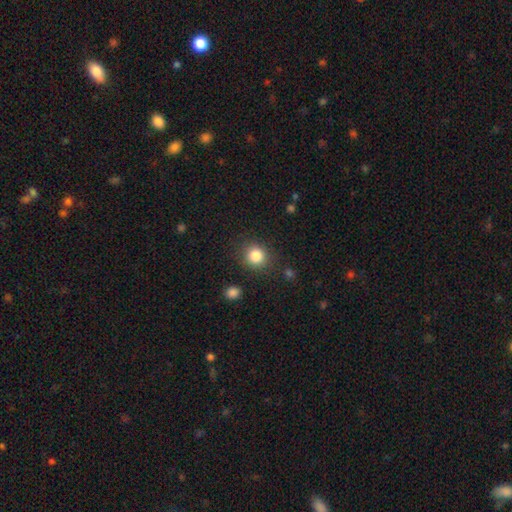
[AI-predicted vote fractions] Morphology: type=smooth (84%); roundness=round (88%); merging=none (85%).